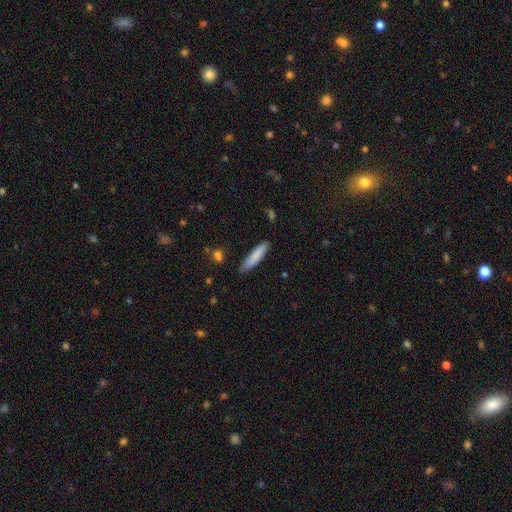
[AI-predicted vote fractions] smooth-or-featured: smooth: 83% | featured or disk: 11% | star or artifact: 6%
  how-rounded: cigar-shaped: 81% | in between: 18% | round: 1%
  merging: none: 84% | minor disturbance: 12% | major disturbance: 2% | merger: 2%